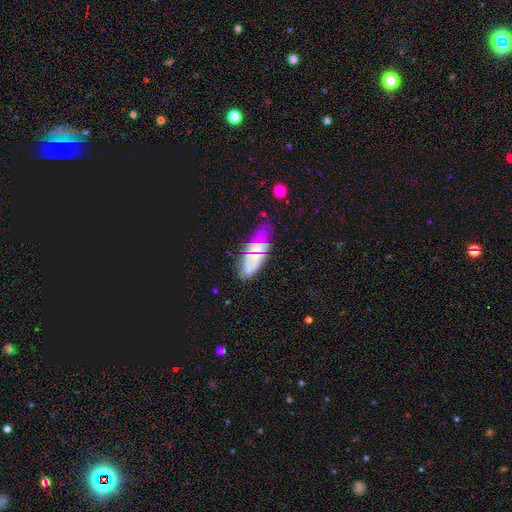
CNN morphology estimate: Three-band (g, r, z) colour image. It shows a smooth galaxy with no disk features (58%) that is in between round and cigar-shaped (84%). Merging: none (76%).